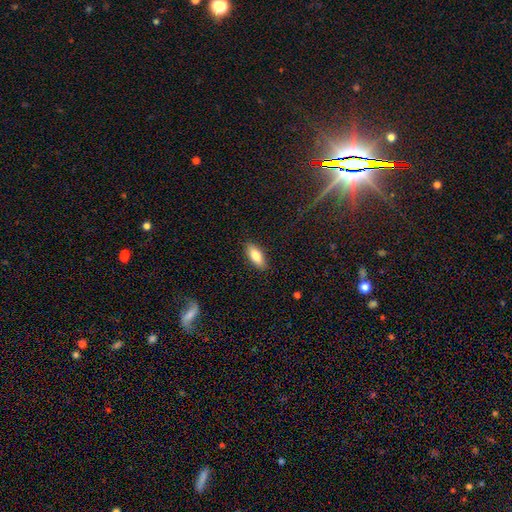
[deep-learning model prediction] This appears to be a smooth galaxy with no disk features (81%) that is in between round and cigar-shaped (79%). Merging: none (88%).